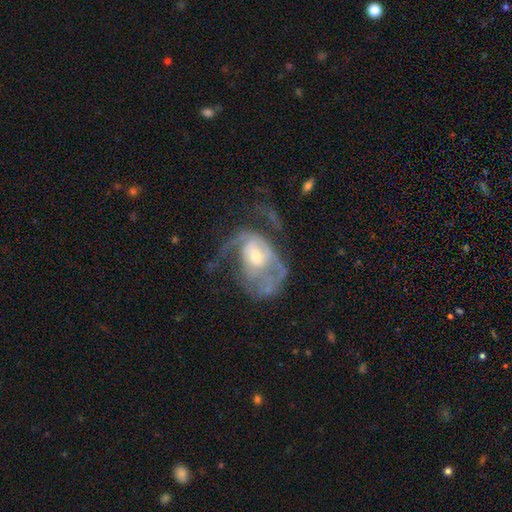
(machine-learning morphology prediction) smooth_or_featured: featured or disk (p=0.76) [alt: smooth p=0.17]
disk_edge_on: no (p=0.97) [alt: yes p=0.03]
bar: no (p=0.63) [alt: weak p=0.31]
has_spiral_arms: yes (p=0.74) [alt: no p=0.26]
spiral_winding: medium (p=0.40) [alt: loose p=0.33]
spiral_arm_count: 2 (p=0.35) [alt: can't tell p=0.30]
bulge_size: moderate (p=0.51) [alt: small p=0.38]
merging: major disturbance (p=0.53) [alt: none p=0.26]